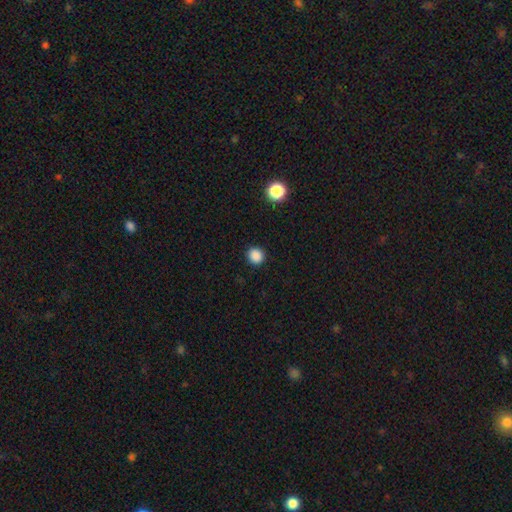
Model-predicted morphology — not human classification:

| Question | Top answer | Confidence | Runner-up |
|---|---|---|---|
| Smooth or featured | smooth | 87% | star or artifact (11%) |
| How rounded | round | 89% | in between (10%) |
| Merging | none | 91% | minor disturbance (6%) |